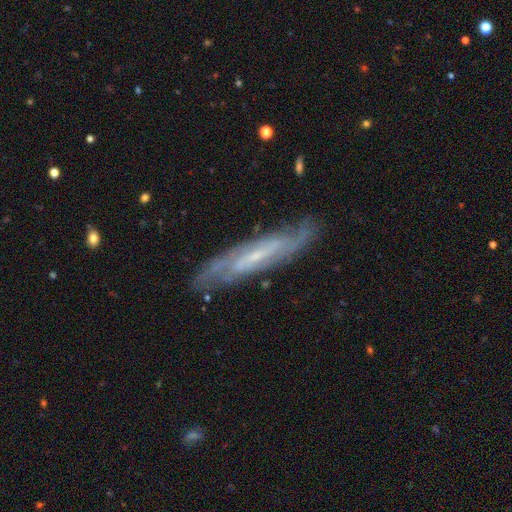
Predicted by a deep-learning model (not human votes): Smooth or featured: featured or disk — 79% (smooth — 15%)
Edge-on disk: no — 61% (yes — 39%)
Merging: none — 79% (minor disturbance — 15%)